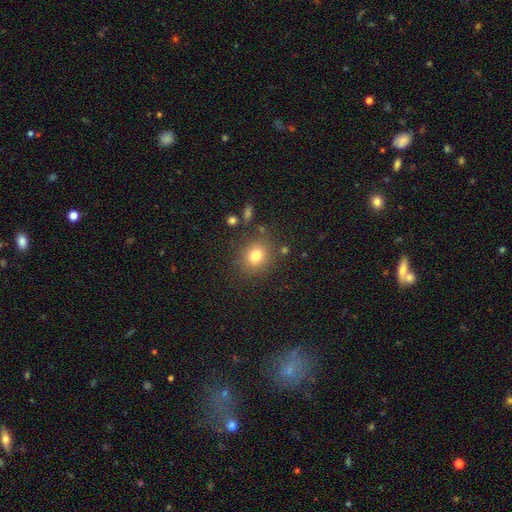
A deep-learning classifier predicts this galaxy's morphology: Smooth or featured?
  - smooth: 78% *
  - star or artifact: 13%
  - featured or disk: 9%
How rounded?
  - round: 78% *
  - in between: 21%
  - cigar-shaped: 1%
Merging?
  - none: 82% *
  - minor disturbance: 10%
  - major disturbance: 4%
  - merger: 4%